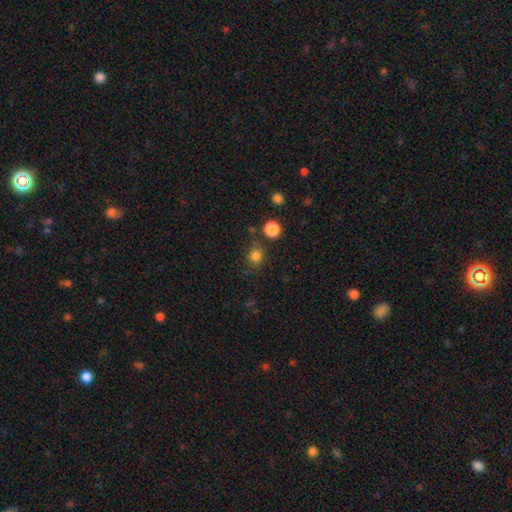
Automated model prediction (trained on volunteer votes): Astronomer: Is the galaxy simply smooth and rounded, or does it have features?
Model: smooth — 81%.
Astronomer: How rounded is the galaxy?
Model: round — 85%.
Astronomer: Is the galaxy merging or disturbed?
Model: none — 76%.